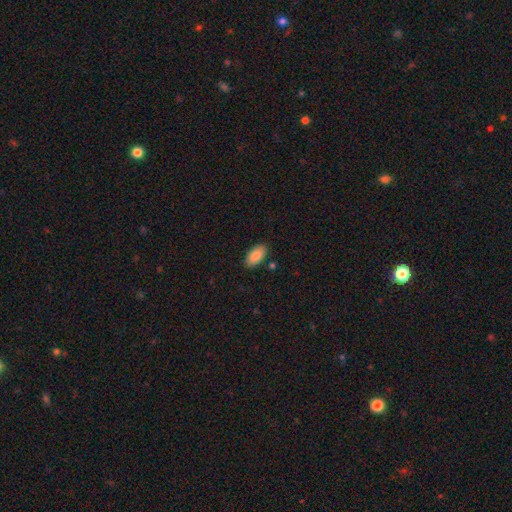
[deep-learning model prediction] The model was most divided on "merging": none: 86%, minor disturbance: 10%, major disturbance: 2%, merger: 2%. More confident: how rounded — in between (94%); smooth or featured — smooth (88%).